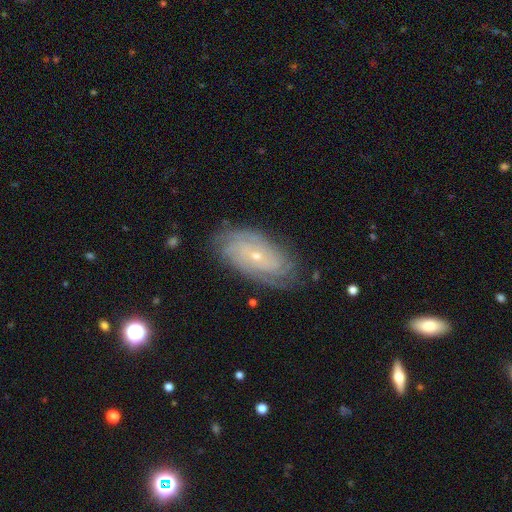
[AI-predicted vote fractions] Smooth or featured: featured or disk — 81% (smooth — 12%)
Edge-on disk: no — 94% (yes — 6%)
Bar: no — 72% (weak — 22%)
Spiral arms: yes — 94% (no — 6%)
Spiral winding: tight — 74% (medium — 21%)
Spiral arm count: can't tell — 41% (2 — 17%)
Bulge size: small — 80% (moderate — 17%)
Merging: none — 80% (minor disturbance — 15%)